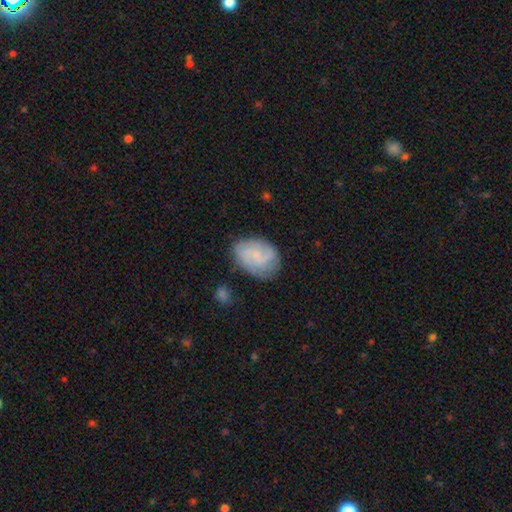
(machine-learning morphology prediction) Smooth or featured? featured or disk (49%)
Merging? none (67%)